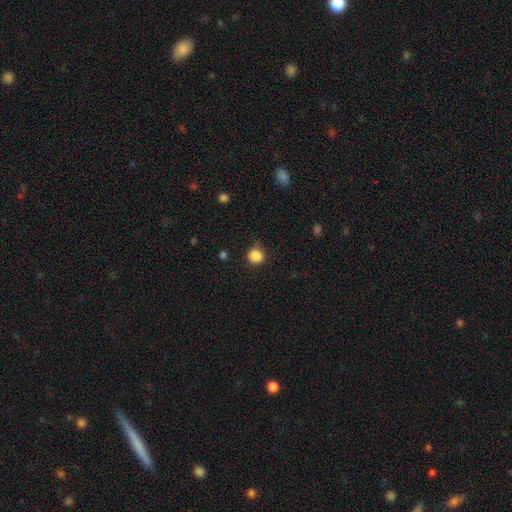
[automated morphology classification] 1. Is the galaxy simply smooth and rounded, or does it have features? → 87% smooth, 10% star or artifact, 3% featured or disk.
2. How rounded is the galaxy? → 90% round, 9% in between, 1% cigar-shaped.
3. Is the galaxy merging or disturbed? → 80% none, 15% minor disturbance, 4% major disturbance, 2% merger.